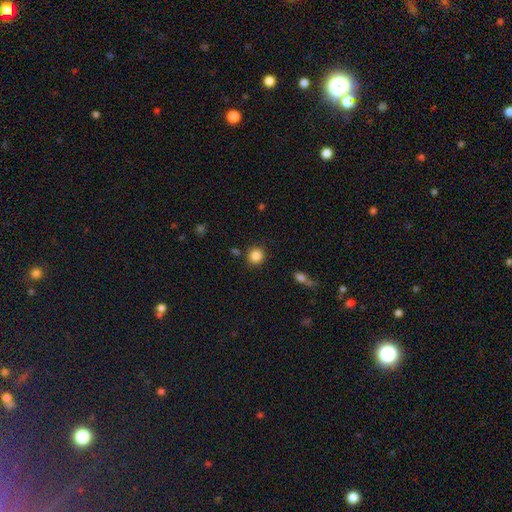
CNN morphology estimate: Smooth or featured: smooth — 86% (star or artifact — 10%)
How rounded: round — 90% (in between — 9%)
Merging: none — 85% (minor disturbance — 8%)